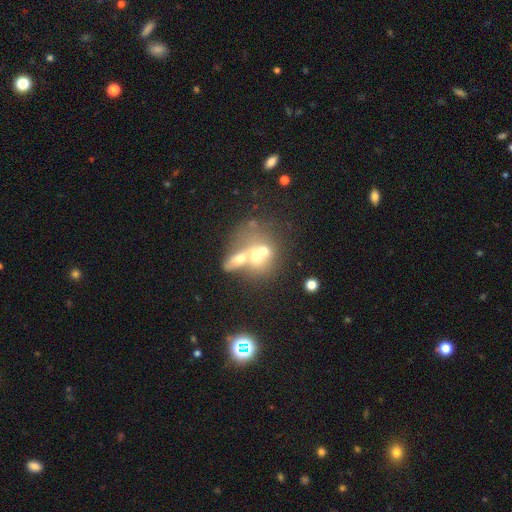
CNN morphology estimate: smooth-or-featured: smooth: 49% | featured or disk: 36% | star or artifact: 15%
  merging: merger: 69% | none: 18% | major disturbance: 7% | minor disturbance: 6%